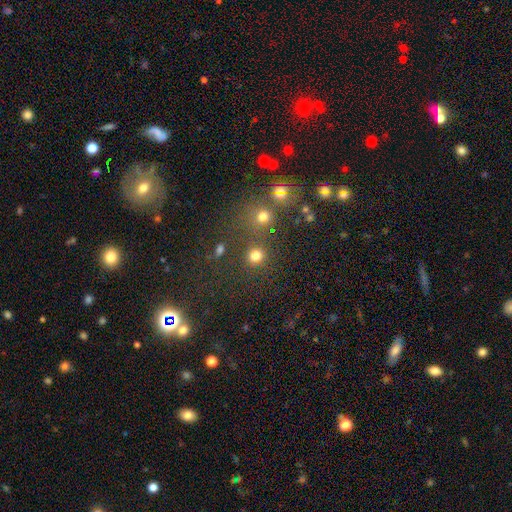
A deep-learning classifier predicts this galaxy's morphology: This is likely a smooth galaxy (78%). How rounded: clearly round (89%). Merging: likely none (77%).